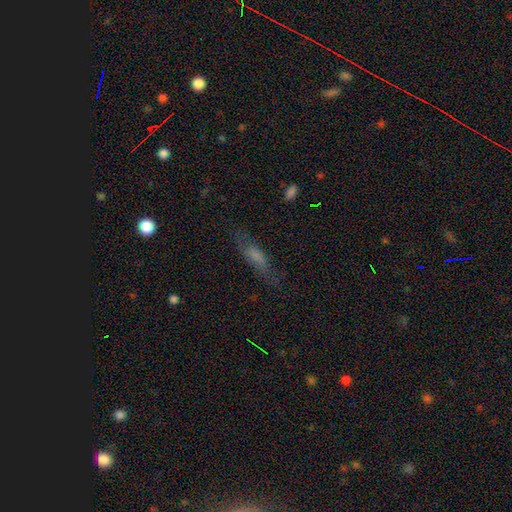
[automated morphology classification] A smooth galaxy with no disk features (53%) that is cigar-shaped (65%).

Vote fractions:
- Smooth or featured? smooth: 53% / featured or disk: 33% / star or artifact: 14%
- How rounded? cigar-shaped: 65% / in between: 32% / round: 3%
- Merging? none: 74% / minor disturbance: 17% / major disturbance: 8% / merger: 2%